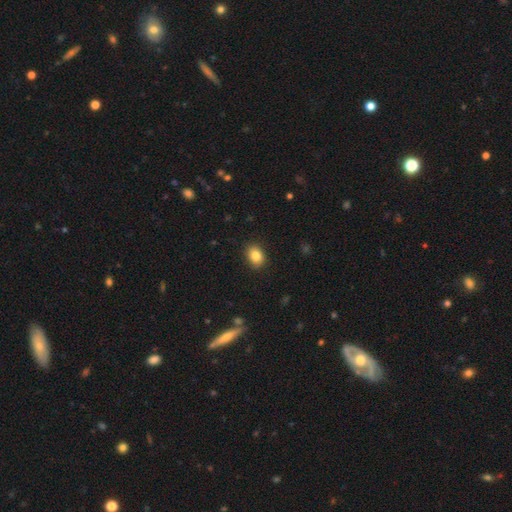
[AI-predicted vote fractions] Overall: smooth (84%). How rounded: in between (64%; round 35%). Merging: none (88%).